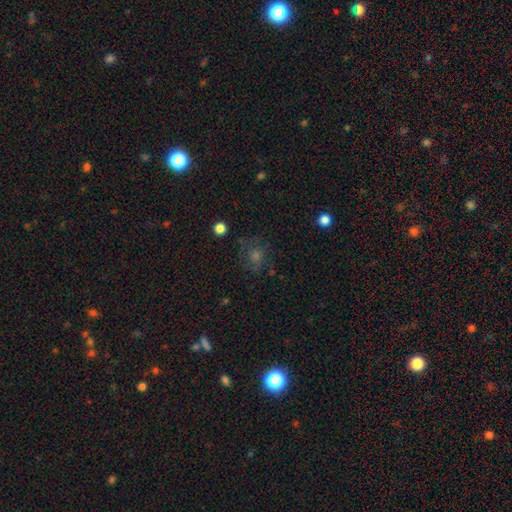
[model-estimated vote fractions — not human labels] Smooth or featured?
  - smooth: 41% *
  - star or artifact: 33%
  - featured or disk: 27%
Merging?
  - none: 71% *
  - minor disturbance: 16%
  - major disturbance: 11%
  - merger: 2%